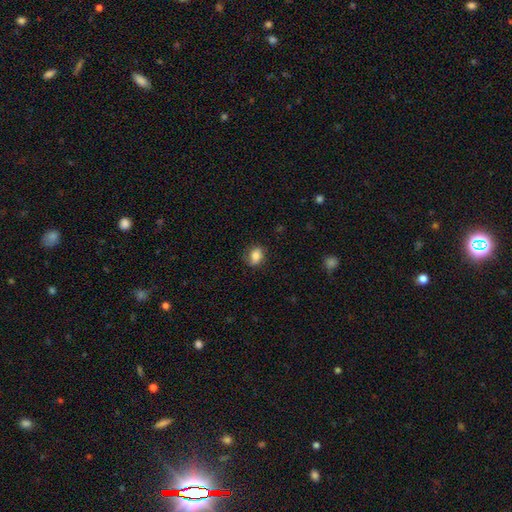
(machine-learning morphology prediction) smooth-or-featured: smooth: 76% | featured or disk: 15% | star or artifact: 9%
  how-rounded: in between: 61% | round: 37% | cigar-shaped: 1%
  merging: none: 72% | minor disturbance: 21% | major disturbance: 6% | merger: 1%